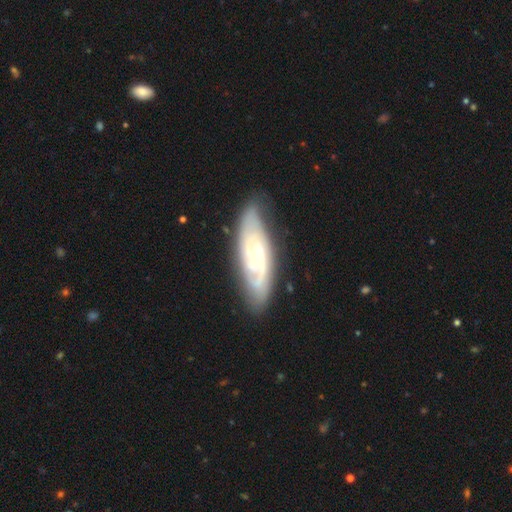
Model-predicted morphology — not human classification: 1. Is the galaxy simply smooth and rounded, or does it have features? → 81% featured or disk, 14% smooth, 5% star or artifact.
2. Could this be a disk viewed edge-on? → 88% no, 12% yes.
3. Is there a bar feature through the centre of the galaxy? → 54% no, 38% weak, 8% strong.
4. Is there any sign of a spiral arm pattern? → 95% yes, 5% no.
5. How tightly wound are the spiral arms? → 57% tight, 35% medium, 8% loose.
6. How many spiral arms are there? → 46% 2, 28% can't tell, 15% 3, 4% 4, 4% 1, 3% more than 4.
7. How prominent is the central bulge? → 62% small, 31% moderate, 4% none, 2% large, 1% dominant.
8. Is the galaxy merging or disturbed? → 78% none, 17% minor disturbance, 4% major disturbance, 2% merger.